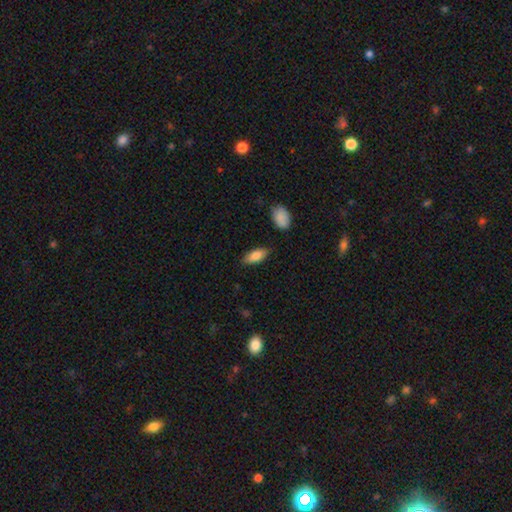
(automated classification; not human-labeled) A smooth galaxy with no disk features (82%) that is in between round and cigar-shaped (81%). Merging: none (82%).